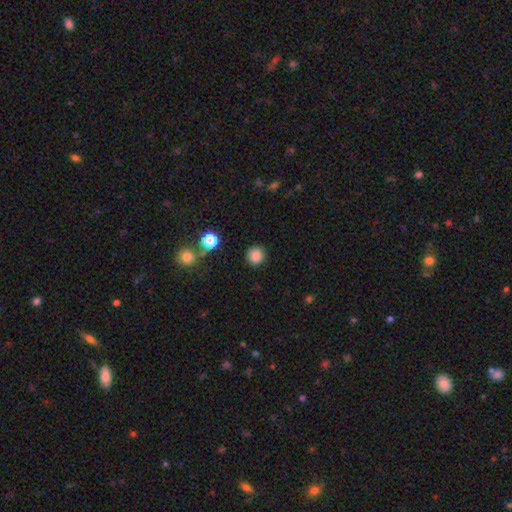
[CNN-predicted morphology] Smooth or featured? Predicted: smooth (p=0.85). How rounded? Predicted: round (p=0.93). Merging? Predicted: none (p=0.89).